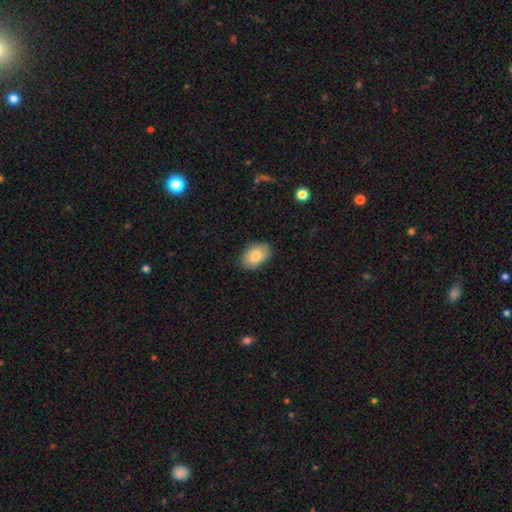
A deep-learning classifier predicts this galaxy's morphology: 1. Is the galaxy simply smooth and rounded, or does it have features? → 84% smooth, 9% featured or disk, 7% star or artifact.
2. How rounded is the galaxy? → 90% in between, 9% round, 1% cigar-shaped.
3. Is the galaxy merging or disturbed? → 84% none, 13% minor disturbance, 3% major disturbance, 1% merger.